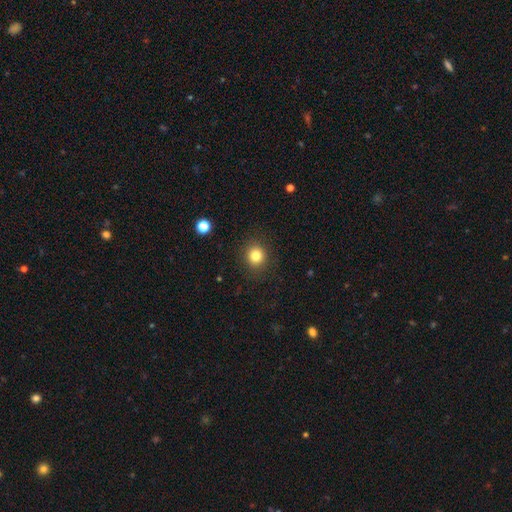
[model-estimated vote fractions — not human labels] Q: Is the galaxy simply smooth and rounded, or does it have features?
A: smooth — 82%.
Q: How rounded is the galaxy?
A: round — 86%.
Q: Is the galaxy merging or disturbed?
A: none — 89%.